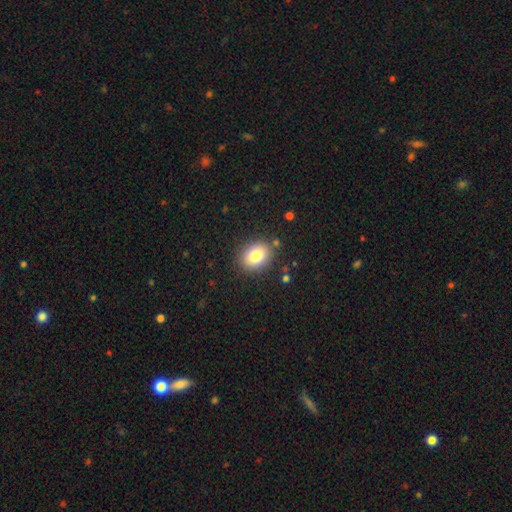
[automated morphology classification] Smooth or featured? smooth (81%)
How rounded? in between (57%)
Merging? none (85%)